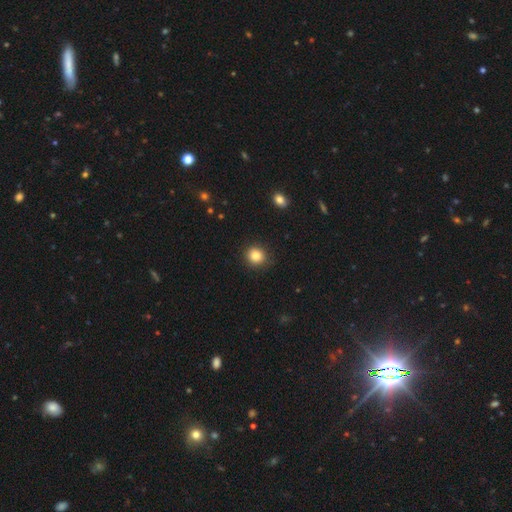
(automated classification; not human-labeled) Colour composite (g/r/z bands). It shows a smooth galaxy with no disk features (84%) that is round (87%). Merging: none (90%).